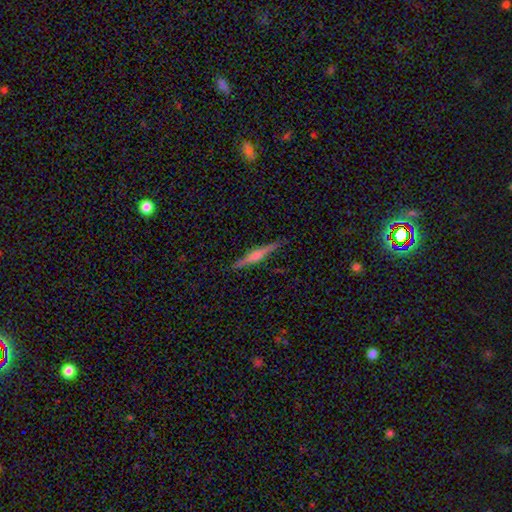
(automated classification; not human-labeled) featured or disk 67%, smooth 26%, star or artifact 7%. Down the decision tree: edge-on disk — yes (98%); edge-on bulge — rounded (74%); merging — none (89%).